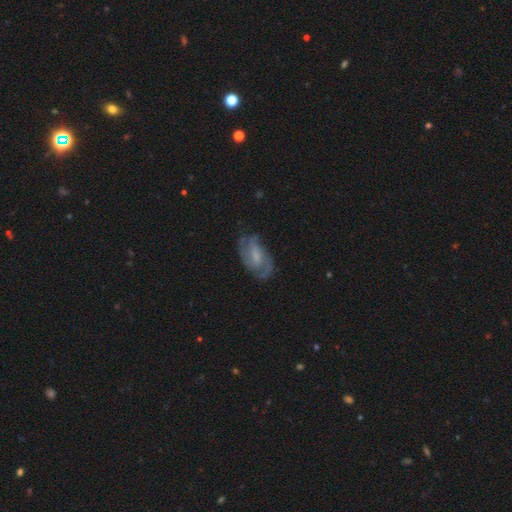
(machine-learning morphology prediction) Smooth or featured?
  - featured or disk: 77% *
  - smooth: 16%
  - star or artifact: 7%
Edge-on disk?
  - no: 96% *
  - yes: 4%
Bar?
  - weak: 50% *
  - no: 38%
  - strong: 12%
Spiral arms?
  - yes: 93% *
  - no: 7%
Spiral winding?
  - medium: 47% *
  - tight: 37%
  - loose: 16%
Spiral arm count?
  - 2: 53% *
  - can't tell: 19%
  - 3: 17%
  - 1: 4%
  - 4: 4%
  - more than 4: 3%
Bulge size?
  - small: 44% *
  - moderate: 30%
  - none: 21%
  - large: 4%
  - dominant: 1%
Merging?
  - none: 69% *
  - minor disturbance: 19%
  - major disturbance: 10%
  - merger: 2%